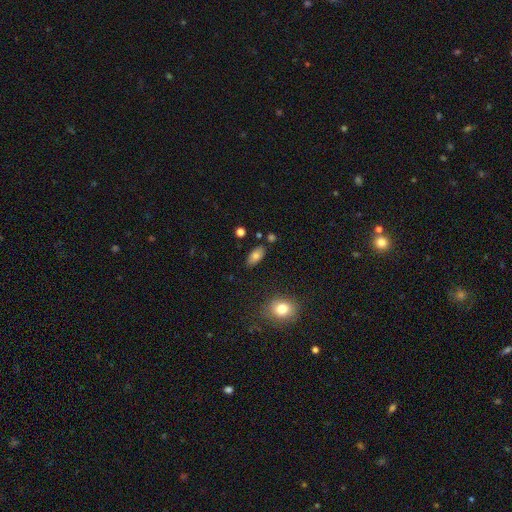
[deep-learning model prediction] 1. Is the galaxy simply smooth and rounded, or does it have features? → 78% smooth, 13% featured or disk, 9% star or artifact.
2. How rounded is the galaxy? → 90% in between, 6% cigar-shaped, 5% round.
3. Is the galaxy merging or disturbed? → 82% none, 11% minor disturbance, 4% merger, 3% major disturbance.